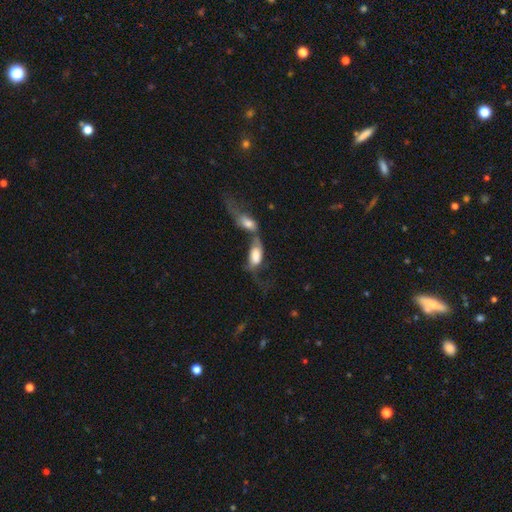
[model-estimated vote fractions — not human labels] This appears to be a smooth galaxy with no disk features (54%) that is in between round and cigar-shaped (88%). Merging: merger (75%).